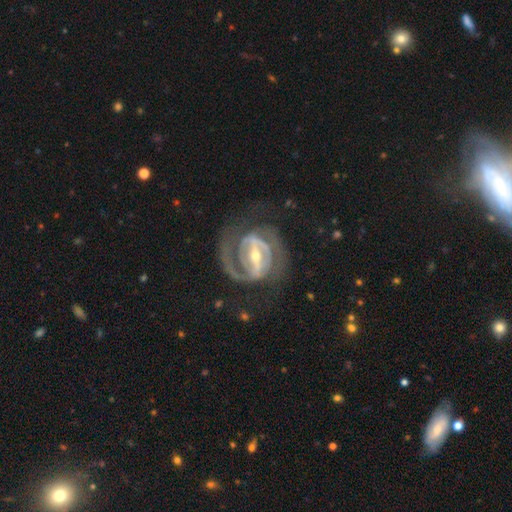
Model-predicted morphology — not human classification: Q: Smooth or featured?
A: featured or disk (90%); runner-up: star or artifact (5%)
Q: Edge-on disk?
A: no (95%); runner-up: yes (5%)
Q: Bar?
A: strong (72%); runner-up: weak (22%)
Q: Spiral arms?
A: yes (94%); runner-up: no (6%)
Q: Spiral winding?
A: tight (49%); runner-up: medium (41%)
Q: Spiral arm count?
A: 2 (76%); runner-up: can't tell (8%)
Q: Bulge size?
A: moderate (50%); runner-up: small (44%)
Q: Merging?
A: none (68%); runner-up: major disturbance (16%)